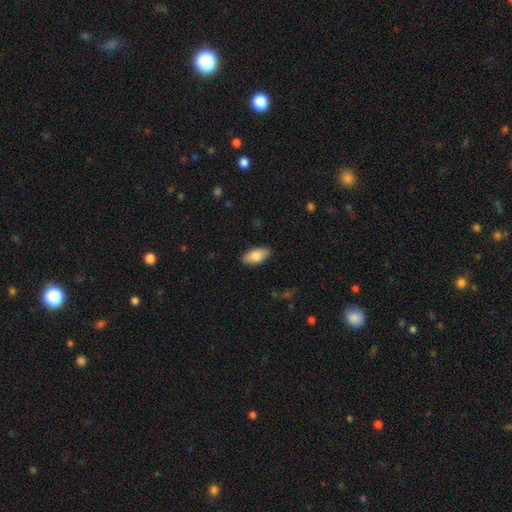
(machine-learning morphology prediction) Smooth or featured? Predicted: smooth (p=0.81). How rounded? Predicted: in between (p=0.93). Merging? Predicted: none (p=0.88).